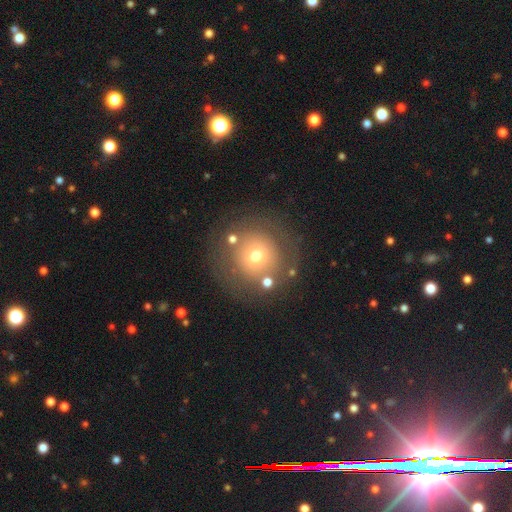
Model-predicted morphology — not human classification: Smooth or featured? smooth (57%)
How rounded? round (93%)
Merging? none (76%)